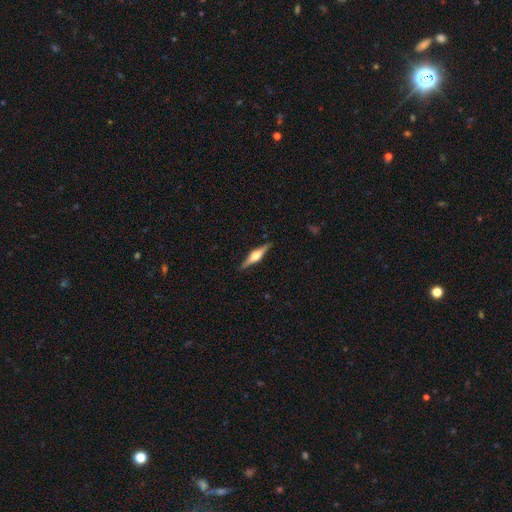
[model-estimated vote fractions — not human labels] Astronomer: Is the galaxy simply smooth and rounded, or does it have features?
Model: featured or disk — 72%.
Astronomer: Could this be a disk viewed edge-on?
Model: yes — 98%.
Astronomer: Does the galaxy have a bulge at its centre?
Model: rounded — 90%.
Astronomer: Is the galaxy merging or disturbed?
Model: none — 89%.